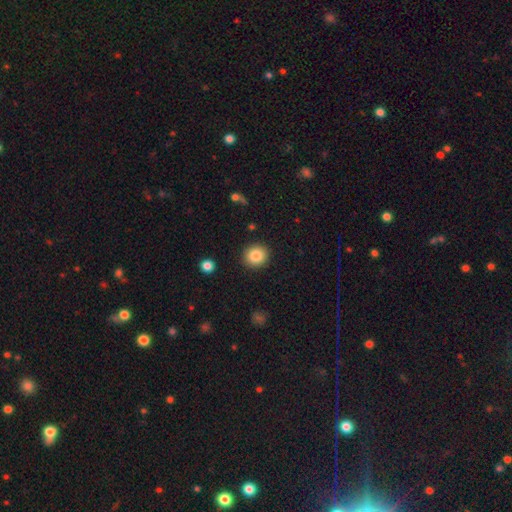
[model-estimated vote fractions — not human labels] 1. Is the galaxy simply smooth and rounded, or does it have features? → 85% smooth, 9% star or artifact, 6% featured or disk.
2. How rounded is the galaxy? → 88% round, 12% in between, 1% cigar-shaped.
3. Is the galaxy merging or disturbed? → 91% none, 6% minor disturbance, 2% major disturbance, 1% merger.